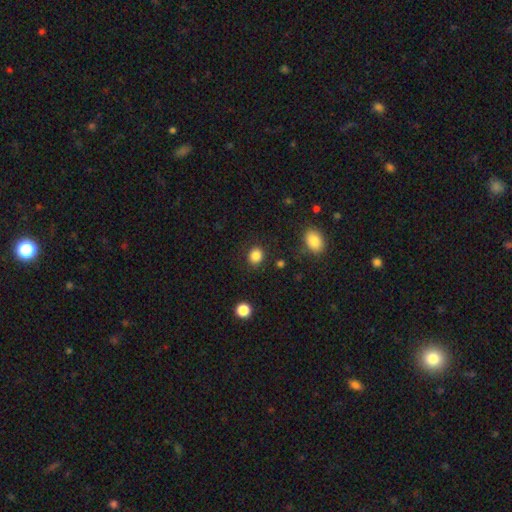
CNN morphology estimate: Smooth or featured? Predicted: smooth (p=0.86). How rounded? Predicted: round (p=0.69). Merging? Predicted: none (p=0.88).